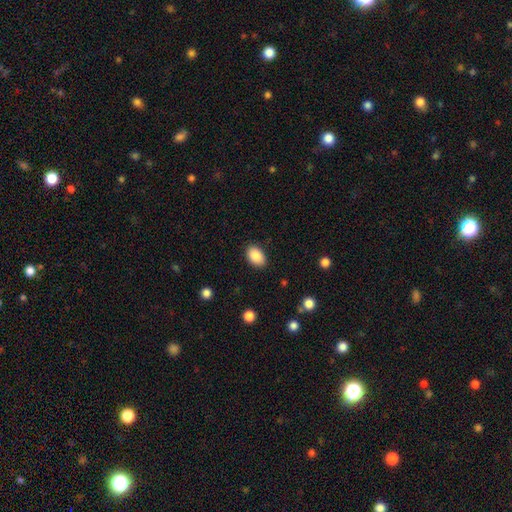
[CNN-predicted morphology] Smooth or featured? smooth (88%)
How rounded? in between (89%)
Merging? none (87%)